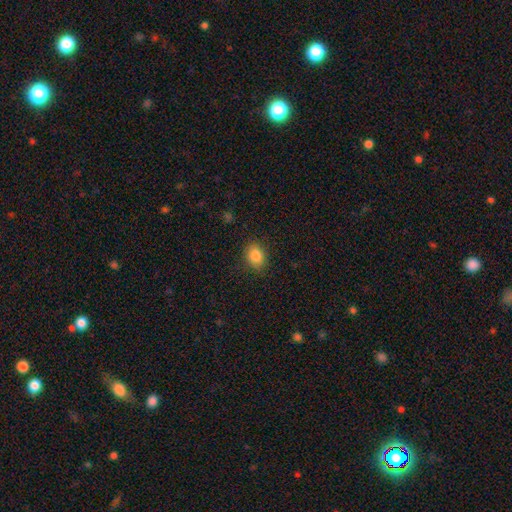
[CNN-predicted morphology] Smooth or featured?
  - smooth: 85% *
  - star or artifact: 10%
  - featured or disk: 6%
How rounded?
  - in between: 66% *
  - round: 33%
  - cigar-shaped: 1%
Merging?
  - none: 85% *
  - minor disturbance: 11%
  - major disturbance: 3%
  - merger: 1%